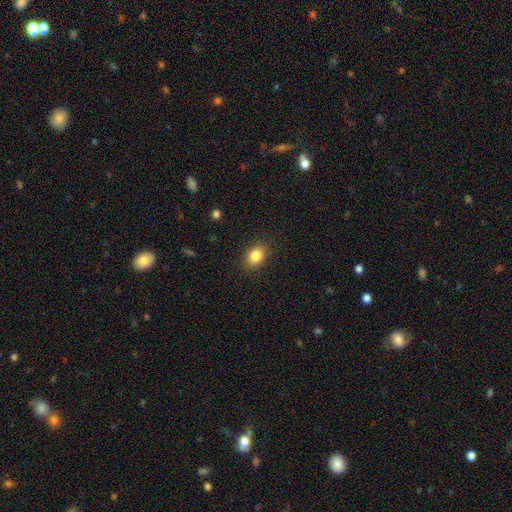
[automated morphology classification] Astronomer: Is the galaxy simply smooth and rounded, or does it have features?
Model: smooth — 84%.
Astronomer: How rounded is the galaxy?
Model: in between — 64%.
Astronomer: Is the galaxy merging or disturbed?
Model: none — 88%.